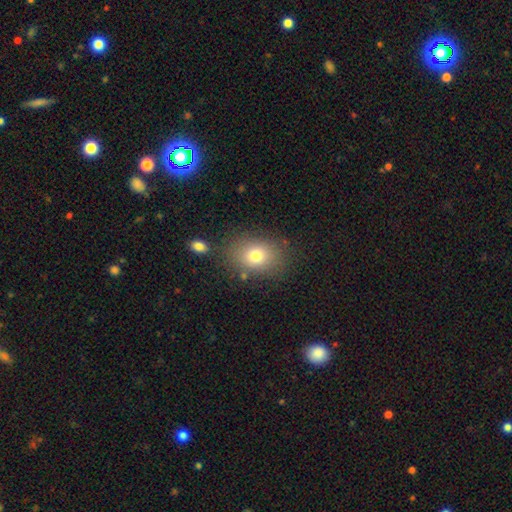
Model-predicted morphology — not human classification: A smooth galaxy with no disk features (76%) that is in between round and cigar-shaped (64%). Merging: none (79%).